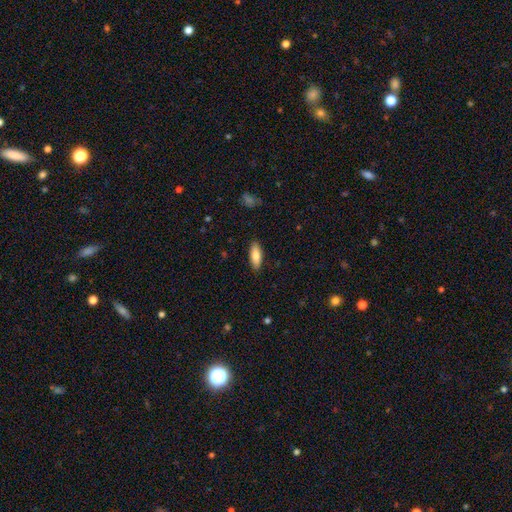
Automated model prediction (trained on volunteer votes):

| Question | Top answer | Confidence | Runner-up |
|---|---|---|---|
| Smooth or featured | smooth | 81% | featured or disk (13%) |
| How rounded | in between | 68% | cigar-shaped (30%) |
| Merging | none | 88% | minor disturbance (9%) |